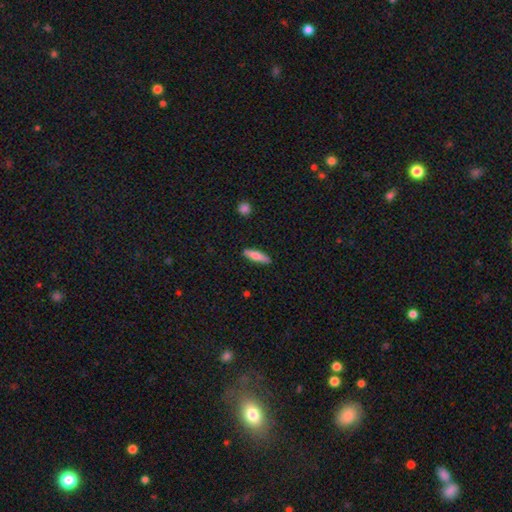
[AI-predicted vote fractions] Smooth or featured: smooth — 76% (featured or disk — 18%)
How rounded: cigar-shaped — 76% (in between — 22%)
Merging: none — 88% (minor disturbance — 8%)